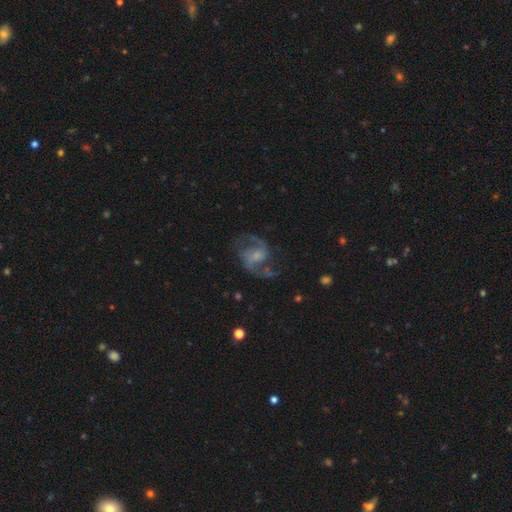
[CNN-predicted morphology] Q: Smooth or featured?
A: featured or disk (85%); runner-up: smooth (8%)
Q: Edge-on disk?
A: no (98%); runner-up: yes (2%)
Q: Bar?
A: weak (48%); runner-up: no (40%)
Q: Spiral arms?
A: yes (96%); runner-up: no (4%)
Q: Spiral winding?
A: medium (53%); runner-up: loose (37%)
Q: Spiral arm count?
A: 2 (91%); runner-up: can't tell (3%)
Q: Bulge size?
A: small (40%); runner-up: moderate (30%)
Q: Merging?
A: none (66%); runner-up: minor disturbance (17%)